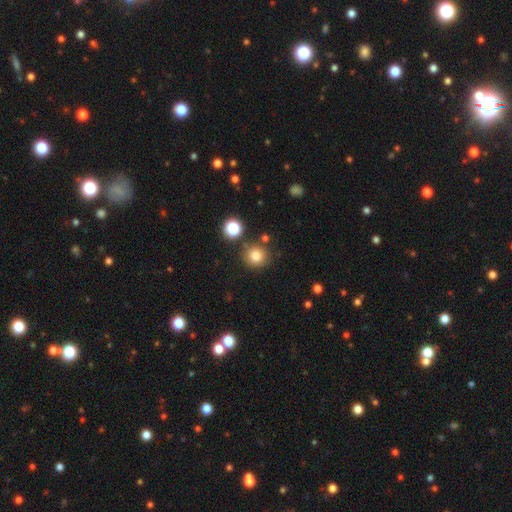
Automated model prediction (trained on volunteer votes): smooth-or-featured: smooth: 81% | star or artifact: 13% | featured or disk: 6%
  how-rounded: round: 90% | in between: 9% | cigar-shaped: 1%
  merging: none: 81% | minor disturbance: 9% | merger: 6% | major disturbance: 3%